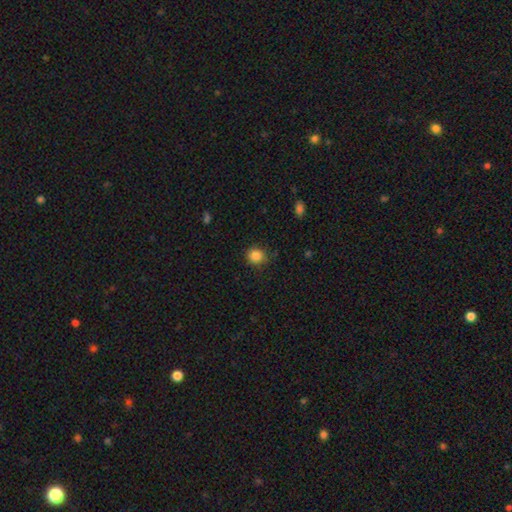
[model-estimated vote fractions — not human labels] Morphology: type=smooth (85%); roundness=round (86%); merging=none (84%).